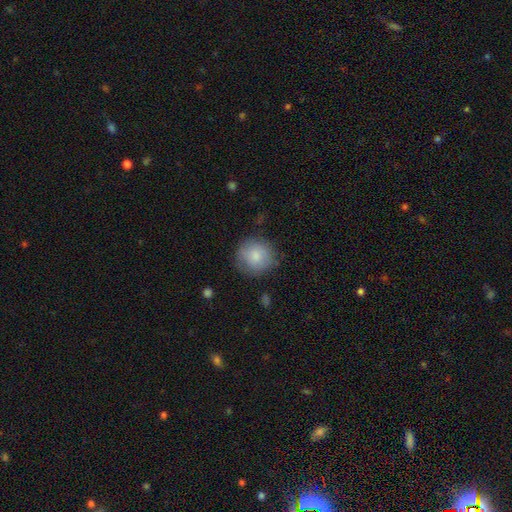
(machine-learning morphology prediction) Q: Smooth or featured?
A: smooth (82%); runner-up: featured or disk (11%)
Q: How rounded?
A: round (93%); runner-up: in between (7%)
Q: Merging?
A: none (79%); runner-up: minor disturbance (15%)